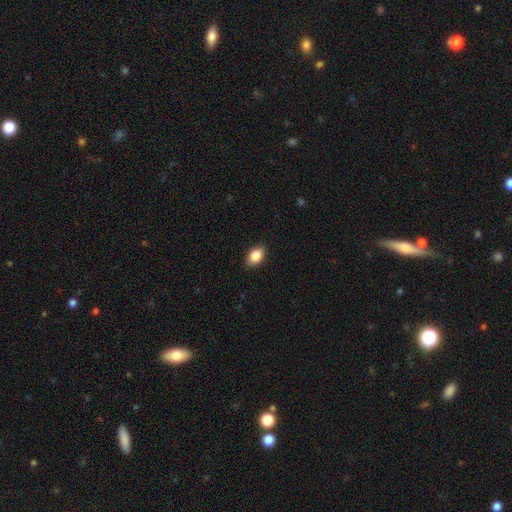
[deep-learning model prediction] A smooth galaxy with no disk features (87%) that is in between round and cigar-shaped (86%). Merging: none (86%).